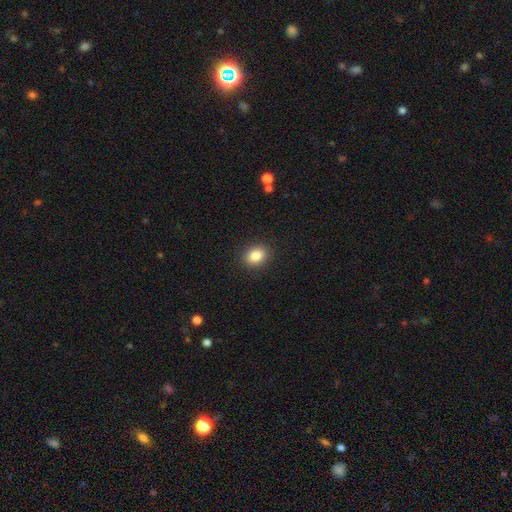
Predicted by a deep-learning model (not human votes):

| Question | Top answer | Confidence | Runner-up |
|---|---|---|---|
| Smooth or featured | smooth | 85% | star or artifact (9%) |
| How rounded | in between | 54% | round (45%) |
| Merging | none | 90% | minor disturbance (7%) |